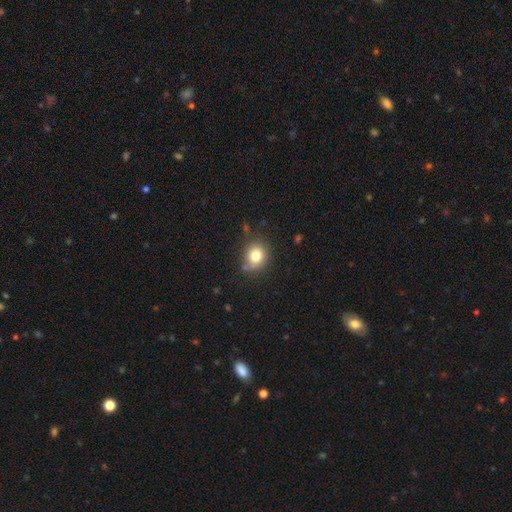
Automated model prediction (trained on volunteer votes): A smooth galaxy with no disk features (80%) that is round (73%). Merging: none (72%).